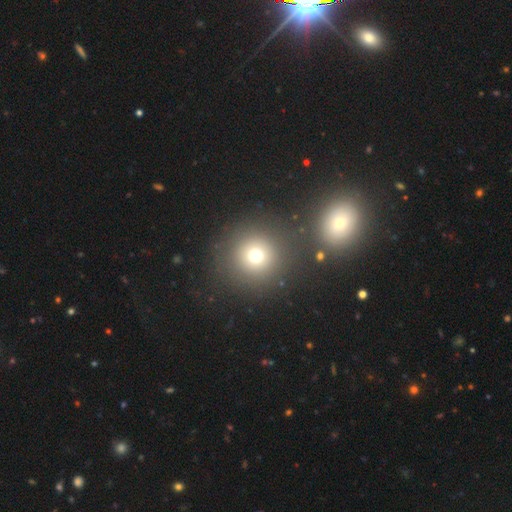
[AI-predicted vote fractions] smooth-or-featured: smooth: 71% | star or artifact: 19% | featured or disk: 10%
  how-rounded: round: 94% | in between: 5% | cigar-shaped: 1%
  merging: none: 81% | merger: 8% | minor disturbance: 7% | major disturbance: 4%